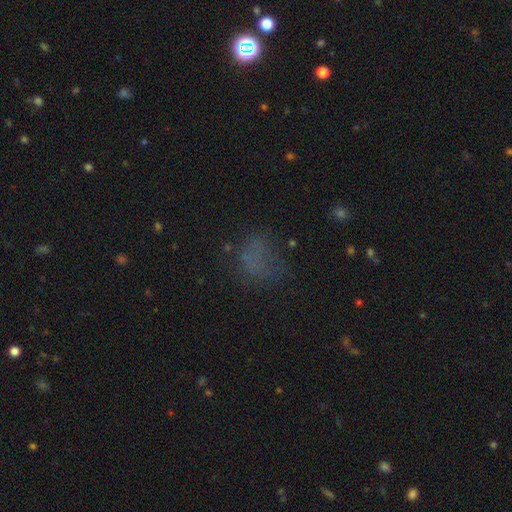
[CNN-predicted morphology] This appears to be a smooth galaxy with no disk features (52%) that is round (53%). Merging: none (58%).